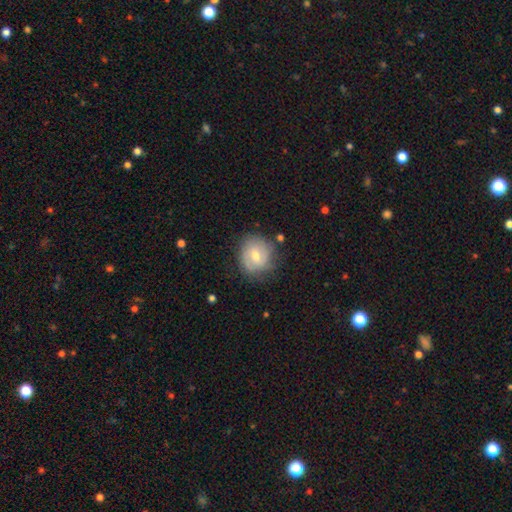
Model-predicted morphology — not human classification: Q: Smooth or featured?
A: featured or disk (50%); runner-up: smooth (42%)
Q: Edge-on disk?
A: no (96%); runner-up: yes (4%)
Q: Merging?
A: none (72%); runner-up: minor disturbance (20%)